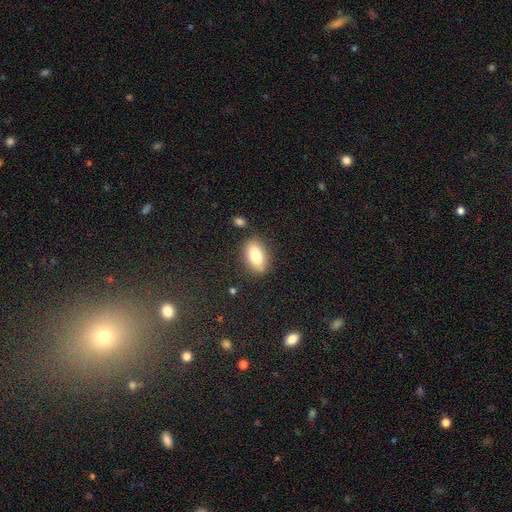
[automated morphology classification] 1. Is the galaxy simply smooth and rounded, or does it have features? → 78% smooth, 14% featured or disk, 8% star or artifact.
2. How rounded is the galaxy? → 88% in between, 8% round, 5% cigar-shaped.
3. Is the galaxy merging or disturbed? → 82% none, 11% minor disturbance, 3% merger, 3% major disturbance.